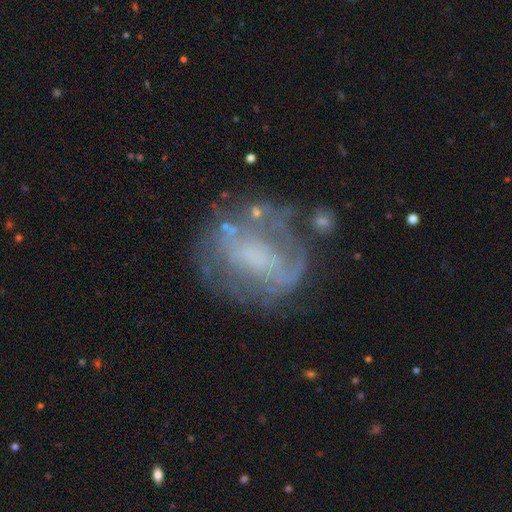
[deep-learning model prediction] Smooth or featured? featured or disk (70%)
Edge-on disk? no (97%)
Bar? no (51%)
Spiral arms? yes (58%)
Bulge size? none (45%)
Merging? none (57%)